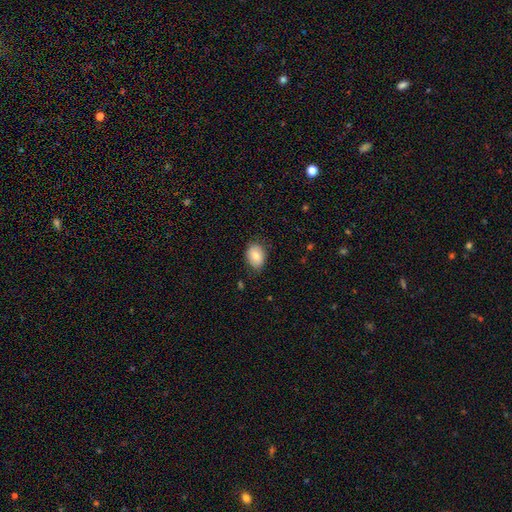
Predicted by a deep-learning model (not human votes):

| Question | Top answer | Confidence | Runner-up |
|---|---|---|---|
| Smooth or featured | smooth | 79% | featured or disk (13%) |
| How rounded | in between | 70% | round (29%) |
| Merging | none | 81% | minor disturbance (15%) |